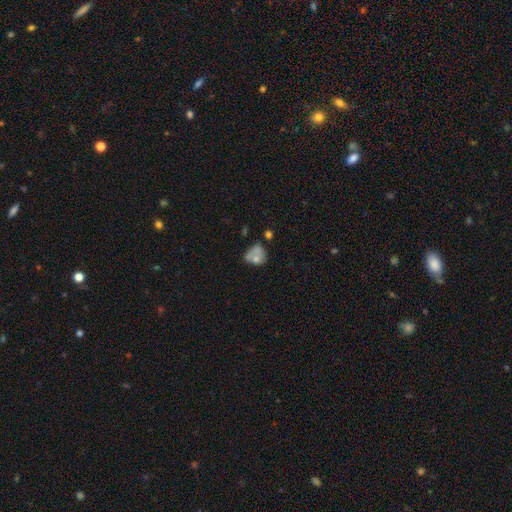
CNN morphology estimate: Smooth or featured? smooth (59%)
How rounded? in between (50%)
Merging? merger (42%)